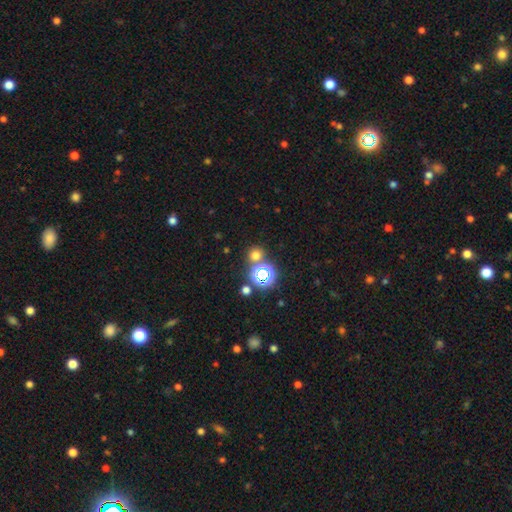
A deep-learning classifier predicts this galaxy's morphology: Q: Smooth or featured?
A: smooth (61%); runner-up: star or artifact (32%)
Q: How rounded?
A: round (88%); runner-up: in between (11%)
Q: Merging?
A: none (75%); runner-up: merger (14%)